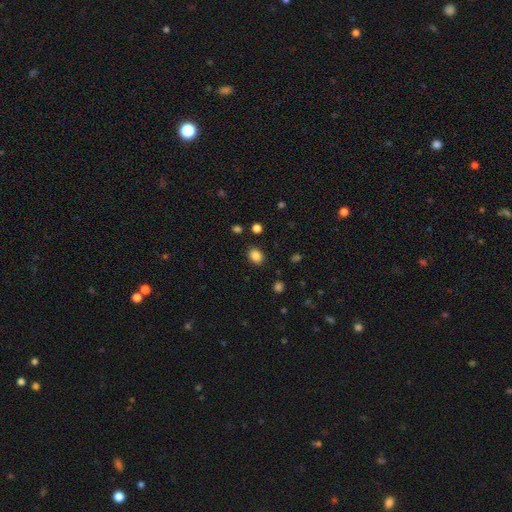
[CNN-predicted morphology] A smooth galaxy with no disk features (85%) that is in between round and cigar-shaped (55%).

Vote fractions:
- Smooth or featured? smooth: 85% / star or artifact: 11% / featured or disk: 4%
- How rounded? in between: 55% / round: 45% / cigar-shaped: 1%
- Merging? none: 86% / minor disturbance: 9% / major disturbance: 3% / merger: 2%